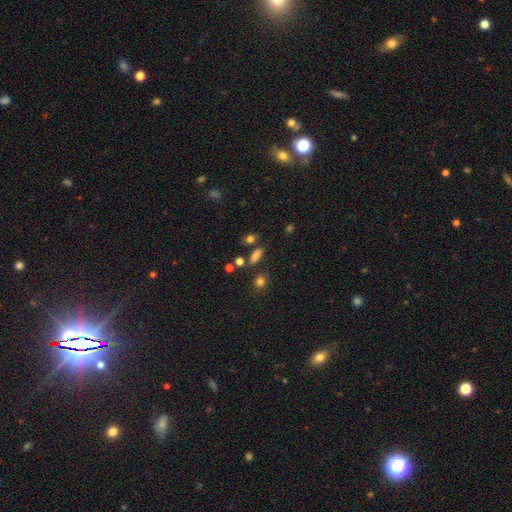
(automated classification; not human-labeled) Smooth or featured?
  - smooth: 76% *
  - star or artifact: 17%
  - featured or disk: 7%
How rounded?
  - in between: 74% *
  - cigar-shaped: 14%
  - round: 11%
Merging?
  - none: 70% *
  - minor disturbance: 14%
  - merger: 11%
  - major disturbance: 5%